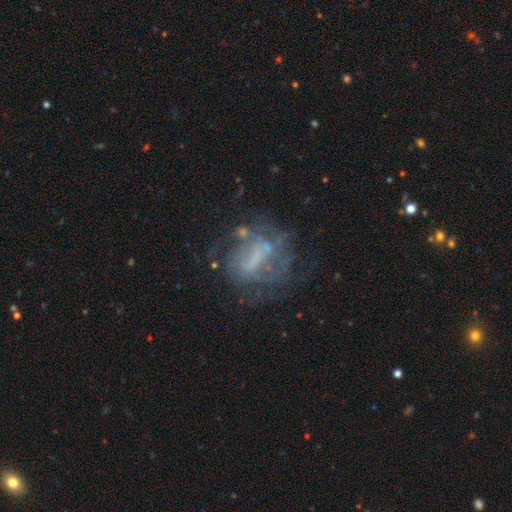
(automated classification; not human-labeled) smooth-or-featured: featured or disk: 63% | smooth: 20% | star or artifact: 17%
  disk-edge-on: no: 95% | yes: 5%
    bar: no: 45% | weak: 31% | strong: 24%
    has-spiral-arms: no: 65% | yes: 35%
    bulge-size: none: 58% | small: 21% | moderate: 15% | large: 4% | dominant: 1%
  merging: none: 53% | major disturbance: 24% | minor disturbance: 18% | merger: 5%